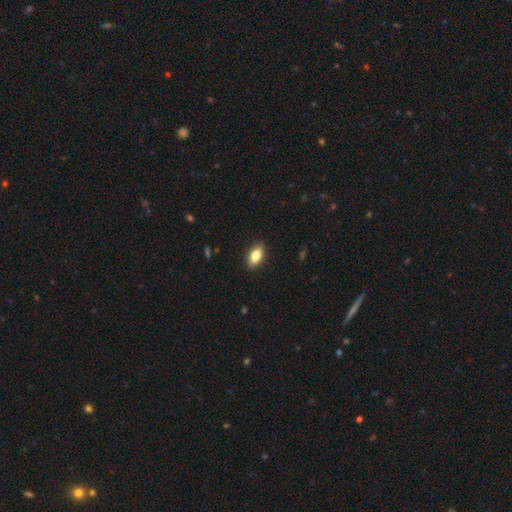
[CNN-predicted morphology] smooth-or-featured: smooth: 83% | featured or disk: 10% | star or artifact: 7%
  how-rounded: in between: 89% | cigar-shaped: 6% | round: 5%
  merging: none: 89% | minor disturbance: 8% | major disturbance: 2% | merger: 1%